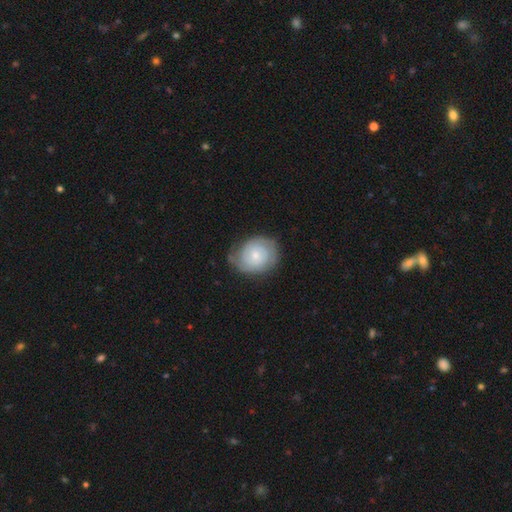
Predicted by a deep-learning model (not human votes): This is likely a featured or disk galaxy (64%). It is clearly not viewed edge-on (98%). Bar: likely no (79%). Spiral arm pattern: clearly yes (85%). Spiral arm count: marginally 2 (44%). Spiral winding: likely tight (73%). Central bulge: likely small (66%). Merging: likely none (70%).